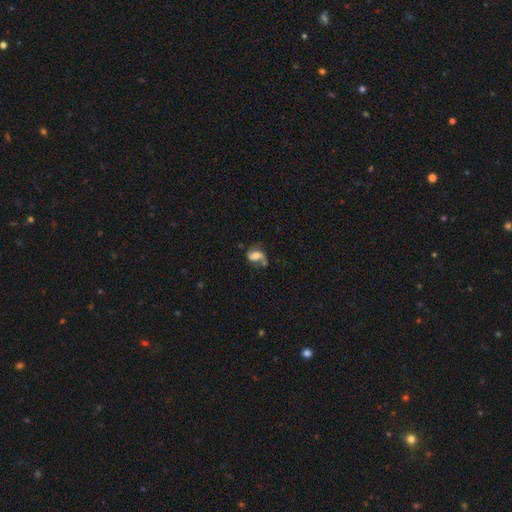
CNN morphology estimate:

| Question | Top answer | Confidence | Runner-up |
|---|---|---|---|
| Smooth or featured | featured or disk | 53% | smooth (37%) |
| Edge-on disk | no | 96% | yes (4%) |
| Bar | no | 47% | weak (36%) |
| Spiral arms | yes | 80% | no (20%) |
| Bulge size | moderate | 43% | small (22%) |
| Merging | none | 41% | minor disturbance (25%) |